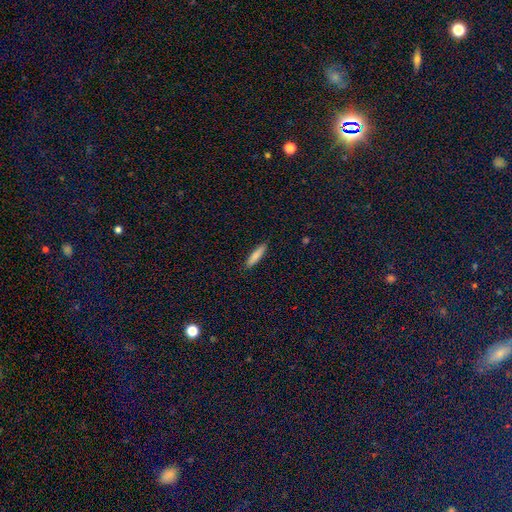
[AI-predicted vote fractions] Smooth or featured? Predicted: smooth (p=0.83). How rounded? Predicted: cigar-shaped (p=0.82). Merging? Predicted: none (p=0.90).